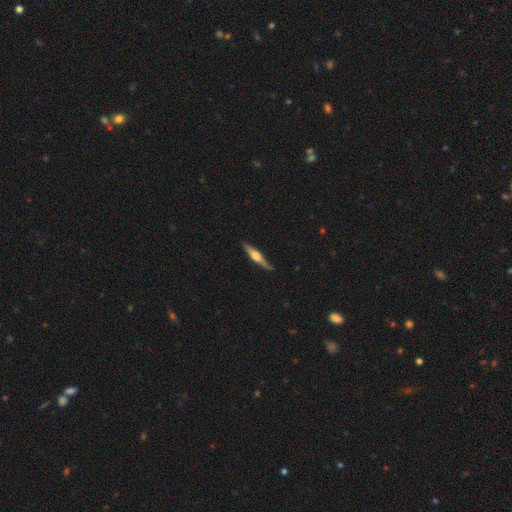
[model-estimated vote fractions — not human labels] Smooth or featured? featured or disk (64%)
Edge-on disk? yes (97%)
Edge-on bulge? rounded (83%)
Merging? none (86%)